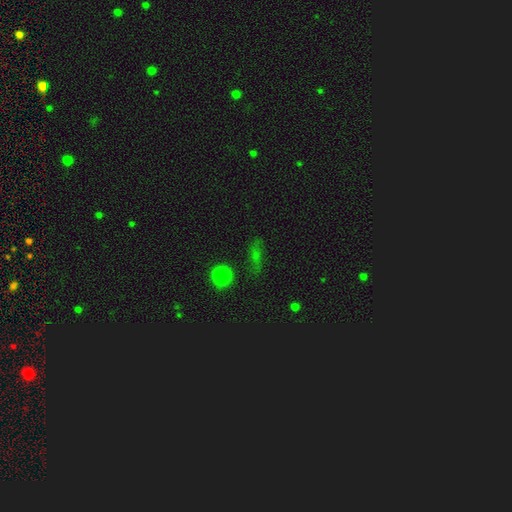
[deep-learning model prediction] The model was most divided on "smooth or featured": smooth: 50%, star or artifact: 35%, featured or disk: 15%. Remaining: merging — none (70%); how rounded — in between (49%).